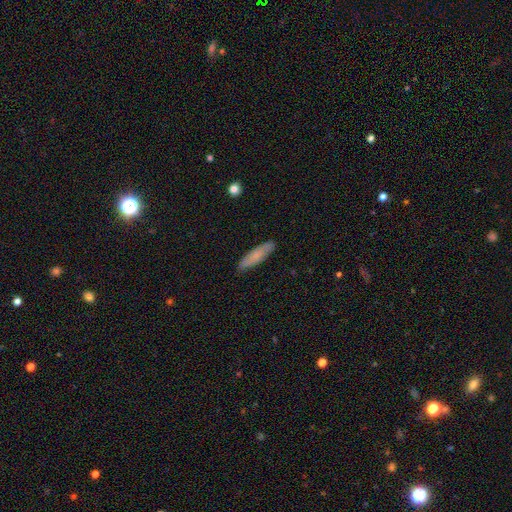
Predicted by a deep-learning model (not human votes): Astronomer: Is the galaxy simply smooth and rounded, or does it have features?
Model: smooth — 76%.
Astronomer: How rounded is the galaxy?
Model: cigar-shaped — 79%.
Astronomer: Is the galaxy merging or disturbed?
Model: none — 87%.